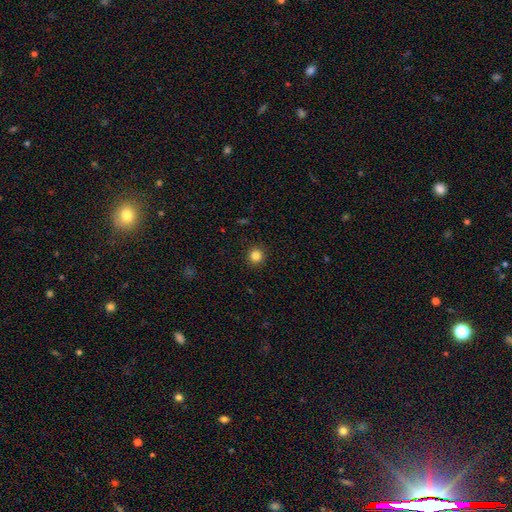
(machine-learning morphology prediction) Smooth or featured?
  - smooth: 83% *
  - star or artifact: 12%
  - featured or disk: 5%
How rounded?
  - round: 94% *
  - in between: 5%
  - cigar-shaped: 1%
Merging?
  - none: 93% *
  - minor disturbance: 5%
  - major disturbance: 2%
  - merger: 1%